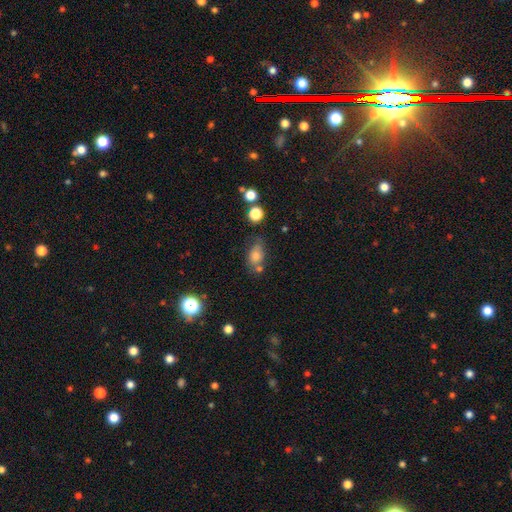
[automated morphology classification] Smooth or featured? Predicted: smooth (p=0.73). How rounded? Predicted: in between (p=0.77). Merging? Predicted: none (p=0.56).